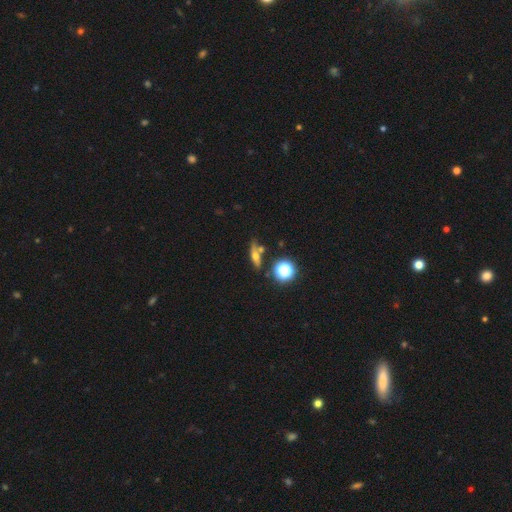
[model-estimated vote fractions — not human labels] smooth 46%, featured or disk 37%, star or artifact 17%. Down the decision tree: merging — none (65%).